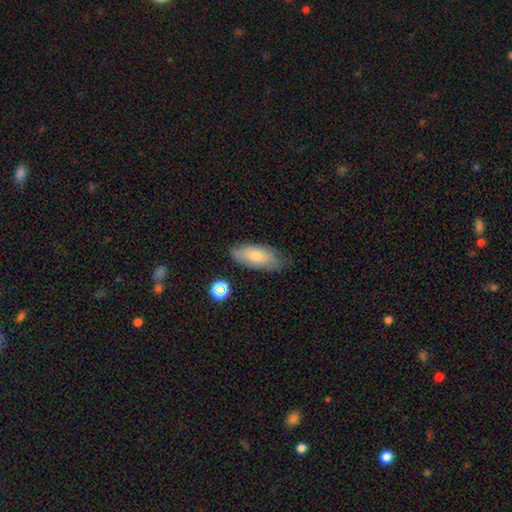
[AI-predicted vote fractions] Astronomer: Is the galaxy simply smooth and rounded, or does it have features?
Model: smooth — 69%.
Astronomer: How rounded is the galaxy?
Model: in between — 85%.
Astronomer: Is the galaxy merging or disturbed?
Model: none — 72%.